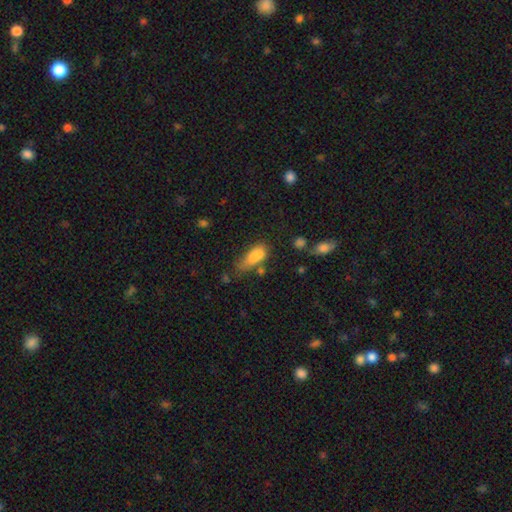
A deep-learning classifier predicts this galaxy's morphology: A smooth galaxy with no disk features (80%) that is in between round and cigar-shaped (72%). Merging: none (35%).